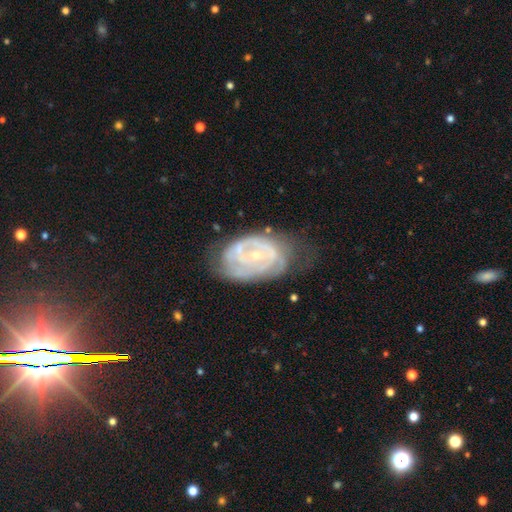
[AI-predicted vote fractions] A featured or disk galaxy (79%) with no bar (64%), tight (67%) spiral arms (85%) and a small central bulge (76%). Merging: none (51%).